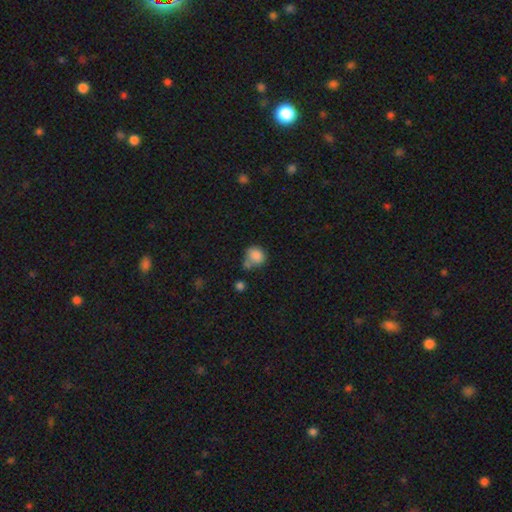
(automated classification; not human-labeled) A smooth galaxy with no disk features (84%) that is round (75%).

Vote fractions:
- Smooth or featured? smooth: 84% / star or artifact: 9% / featured or disk: 7%
- How rounded? round: 75% / in between: 25% / cigar-shaped: 1%
- Merging? none: 49% / merger: 23% / minor disturbance: 20% / major disturbance: 7%